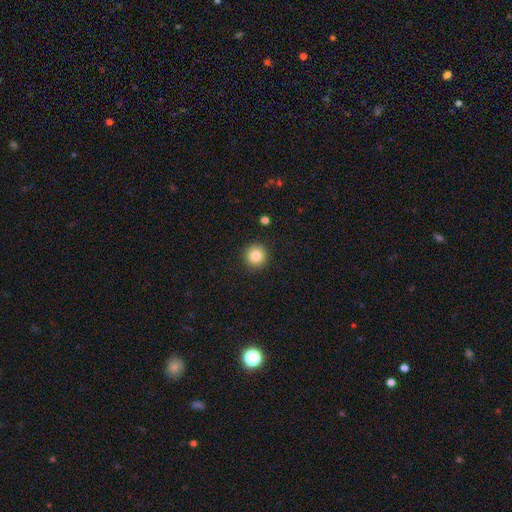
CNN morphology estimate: Smooth or featured? smooth (83%)
How rounded? round (94%)
Merging? none (92%)